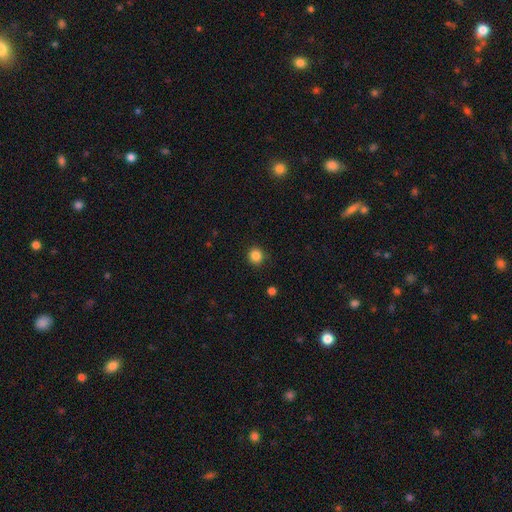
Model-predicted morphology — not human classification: smooth-or-featured: smooth: 85% | star or artifact: 11% | featured or disk: 4%
  how-rounded: round: 94% | in between: 5% | cigar-shaped: 1%
  merging: none: 91% | minor disturbance: 6% | major disturbance: 2% | merger: 1%